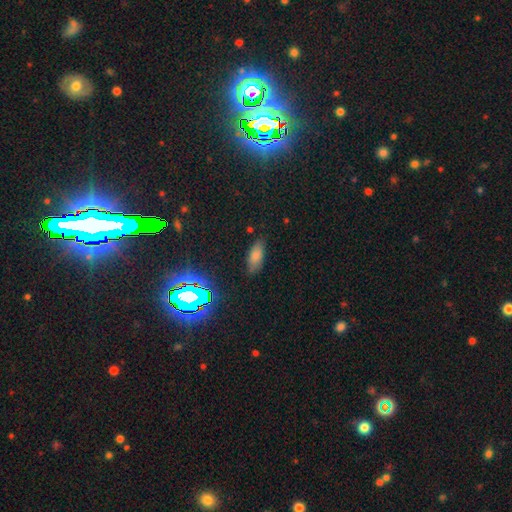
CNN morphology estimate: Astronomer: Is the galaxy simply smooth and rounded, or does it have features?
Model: smooth — 75%.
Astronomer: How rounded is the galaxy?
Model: in between — 82%.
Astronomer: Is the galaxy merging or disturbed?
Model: none — 80%.